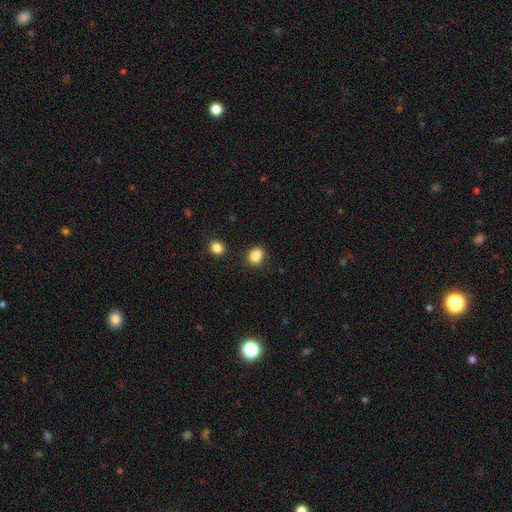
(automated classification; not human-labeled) smooth 86%, star or artifact 10%, featured or disk 4%. Down the decision tree: how rounded — in between (52%); merging — none (77%).